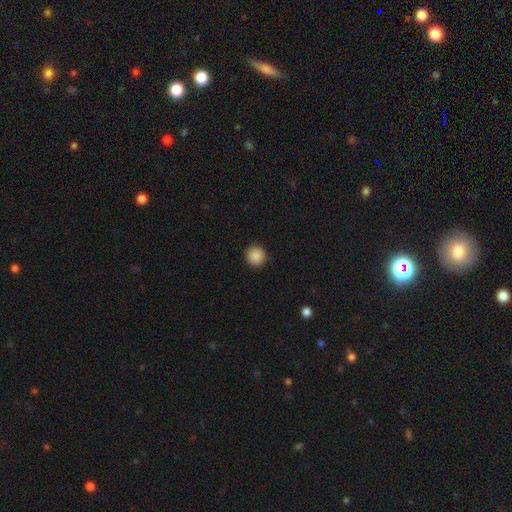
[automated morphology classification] A smooth galaxy with no disk features (89%) that is round (94%).

Vote fractions:
- Smooth or featured? smooth: 89% / star or artifact: 9% / featured or disk: 2%
- How rounded? round: 94% / in between: 5% / cigar-shaped: 1%
- Merging? none: 92% / minor disturbance: 5% / major disturbance: 2% / merger: 1%